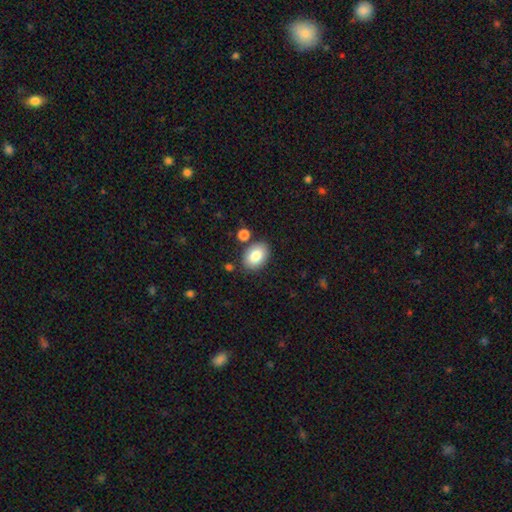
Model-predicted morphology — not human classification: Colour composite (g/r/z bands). It shows a smooth galaxy with no disk features (83%) that is in between round and cigar-shaped (82%). Merging: none (80%).